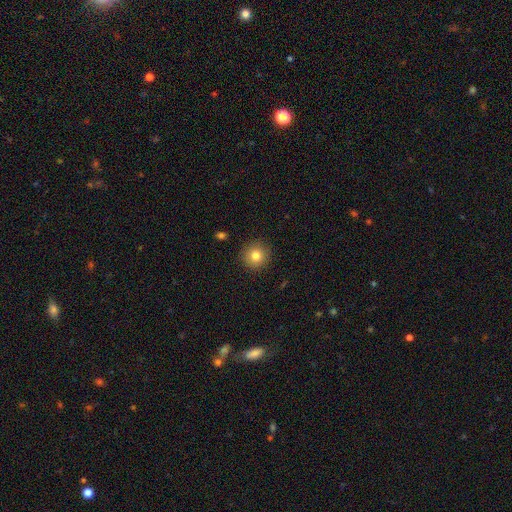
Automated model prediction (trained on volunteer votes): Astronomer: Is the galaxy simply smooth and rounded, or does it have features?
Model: smooth — 81%.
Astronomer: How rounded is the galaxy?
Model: round — 94%.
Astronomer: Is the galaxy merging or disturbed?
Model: none — 91%.